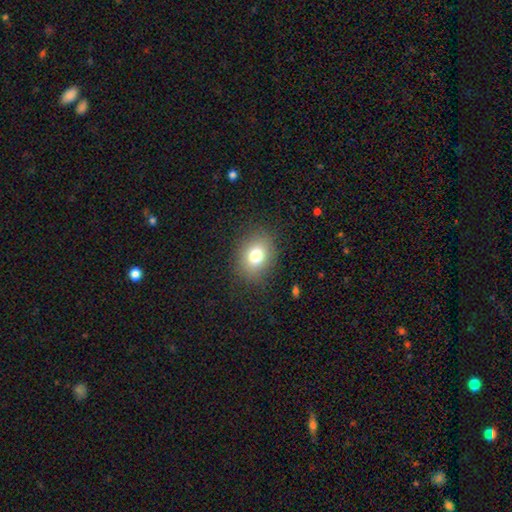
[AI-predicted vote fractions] Q: Smooth or featured?
A: smooth (77%); runner-up: star or artifact (12%)
Q: How rounded?
A: in between (54%); runner-up: round (45%)
Q: Merging?
A: none (83%); runner-up: minor disturbance (11%)